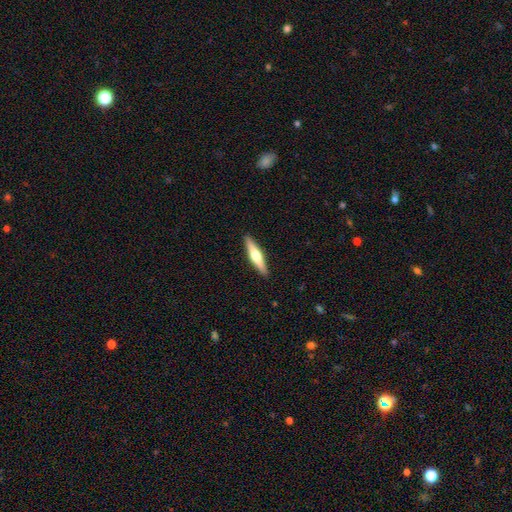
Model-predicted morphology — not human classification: Smooth or featured? featured or disk (53%)
Edge-on disk? yes (96%)
Edge-on bulge? rounded (91%)
Merging? none (91%)